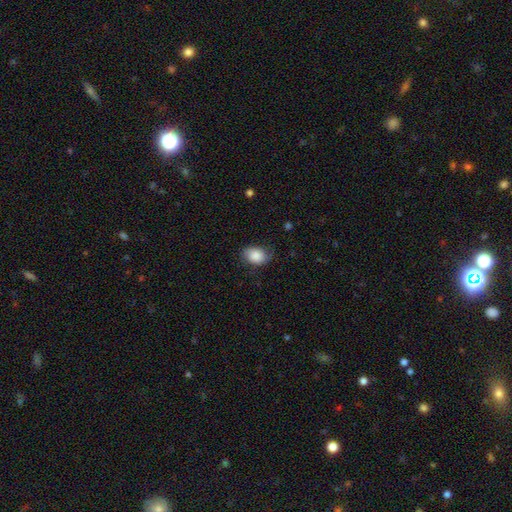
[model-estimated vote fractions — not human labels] A smooth galaxy with no disk features (83%) that is in between round and cigar-shaped (75%).

Vote fractions:
- Smooth or featured? smooth: 83% / featured or disk: 10% / star or artifact: 7%
- How rounded? in between: 75% / round: 24% / cigar-shaped: 1%
- Merging? none: 69% / minor disturbance: 24% / major disturbance: 6% / merger: 1%